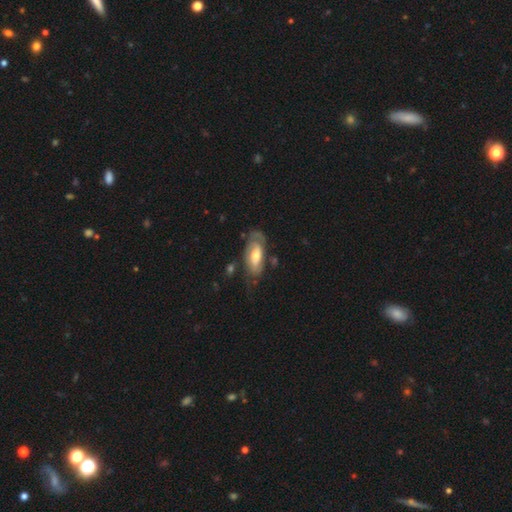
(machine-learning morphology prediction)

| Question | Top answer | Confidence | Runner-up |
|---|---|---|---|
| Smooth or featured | featured or disk | 62% | smooth (32%) |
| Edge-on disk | no | 86% | yes (14%) |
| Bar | no | 58% | weak (31%) |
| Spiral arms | yes | 73% | no (27%) |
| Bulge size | moderate | 60% | small (24%) |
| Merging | none | 56% | minor disturbance (25%) |